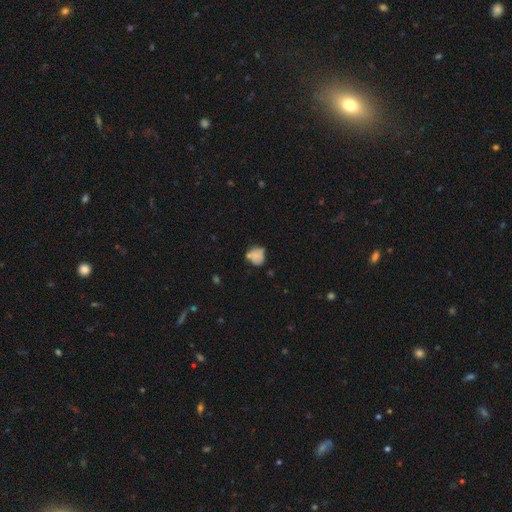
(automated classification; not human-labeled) smooth-or-featured: smooth: 66% | featured or disk: 22% | star or artifact: 11%
  how-rounded: round: 67% | in between: 32% | cigar-shaped: 1%
  merging: none: 46% | minor disturbance: 29% | merger: 13% | major disturbance: 12%